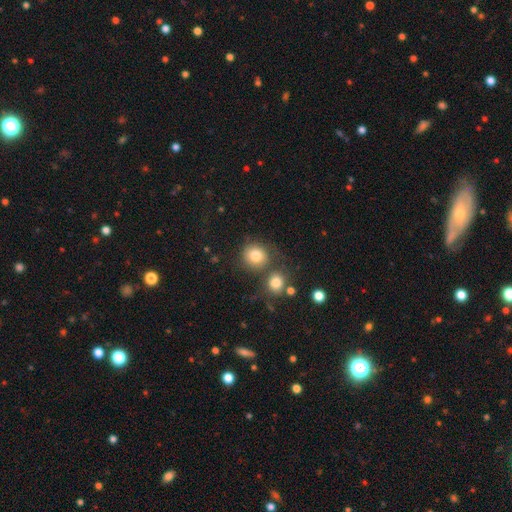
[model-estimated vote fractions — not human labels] A smooth galaxy with no disk features (81%) that is round (85%).

Vote fractions:
- Smooth or featured? smooth: 81% / star or artifact: 10% / featured or disk: 10%
- How rounded? round: 85% / in between: 14% / cigar-shaped: 1%
- Merging? none: 62% / merger: 20% / minor disturbance: 12% / major disturbance: 6%